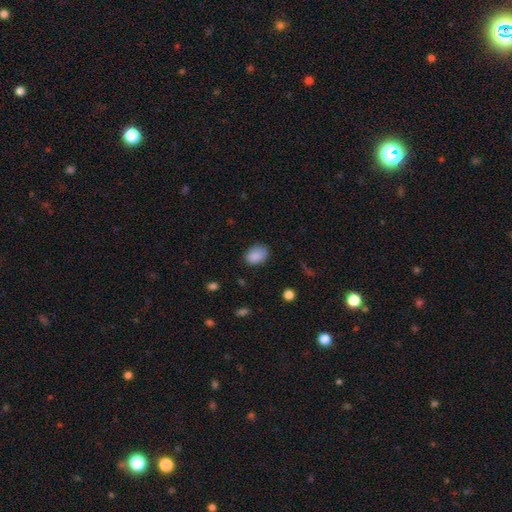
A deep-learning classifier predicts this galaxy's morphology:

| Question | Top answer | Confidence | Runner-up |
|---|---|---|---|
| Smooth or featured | smooth | 87% | star or artifact (8%) |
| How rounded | in between | 74% | round (25%) |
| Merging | none | 76% | minor disturbance (19%) |